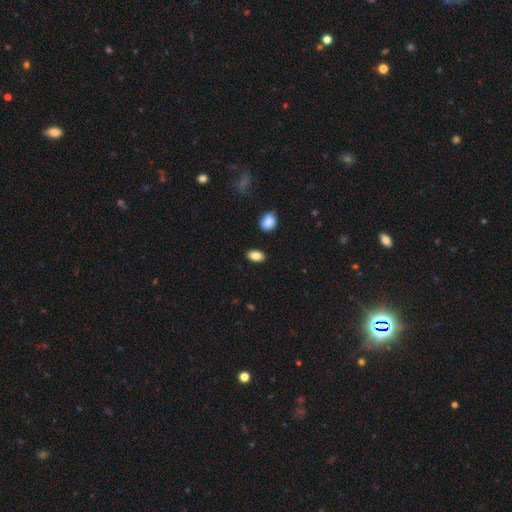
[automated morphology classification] smooth-or-featured: smooth: 85% | star or artifact: 8% | featured or disk: 6%
  how-rounded: in between: 90% | round: 8% | cigar-shaped: 3%
  merging: none: 88% | minor disturbance: 8% | merger: 2% | major disturbance: 2%